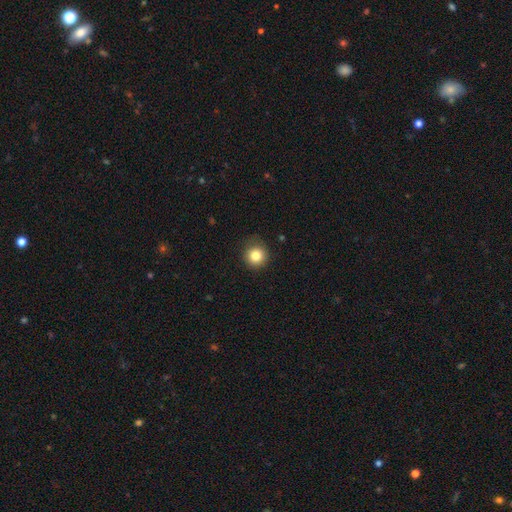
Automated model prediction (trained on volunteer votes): A smooth galaxy with no disk features (83%) that is round (93%). Merging: none (83%).